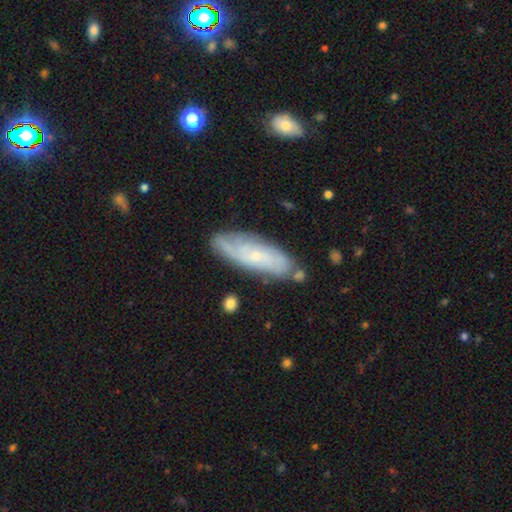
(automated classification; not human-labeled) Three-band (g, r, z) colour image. It shows a featured or disk galaxy (66%) with no bar (71%), spiral arms (88%) and a small central bulge (77%). Merging: none (76%).